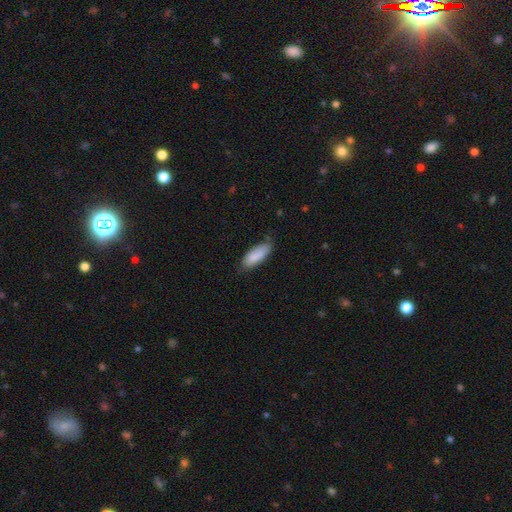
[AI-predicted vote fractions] This appears to be a smooth galaxy with no disk features (86%) that is in between round and cigar-shaped (75%). Merging: none (67%).